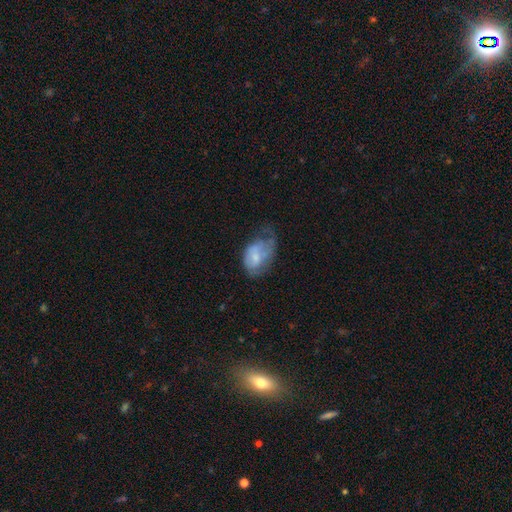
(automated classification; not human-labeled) This appears to be a smooth galaxy with no disk features (53%) that is in between round and cigar-shaped (84%). Merging: major disturbance (43%).